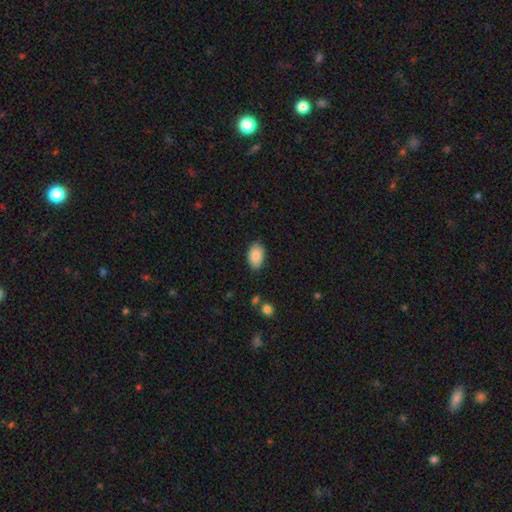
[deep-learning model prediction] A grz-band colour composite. It shows a smooth galaxy with no disk features (87%) that is in between round and cigar-shaped (92%). Merging: none (85%).